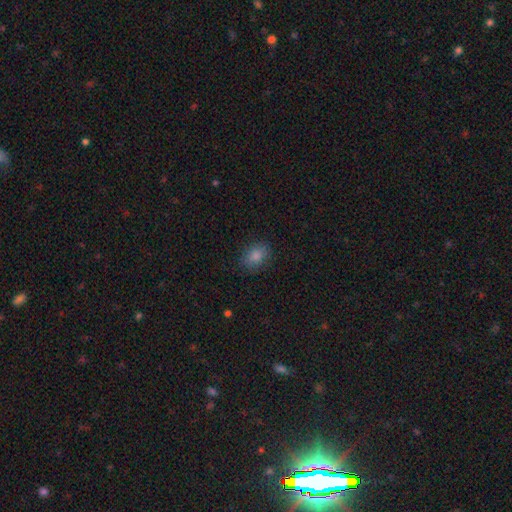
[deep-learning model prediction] smooth 84%, star or artifact 10%, featured or disk 6%. Down the decision tree: how rounded — in between (66%); merging — none (83%).